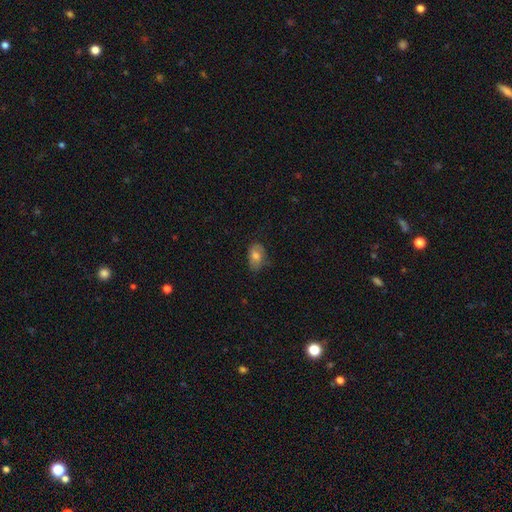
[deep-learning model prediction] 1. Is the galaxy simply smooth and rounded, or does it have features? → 71% smooth, 20% featured or disk, 9% star or artifact.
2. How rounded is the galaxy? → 85% in between, 13% round, 2% cigar-shaped.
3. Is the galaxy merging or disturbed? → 63% none, 28% minor disturbance, 7% major disturbance, 1% merger.